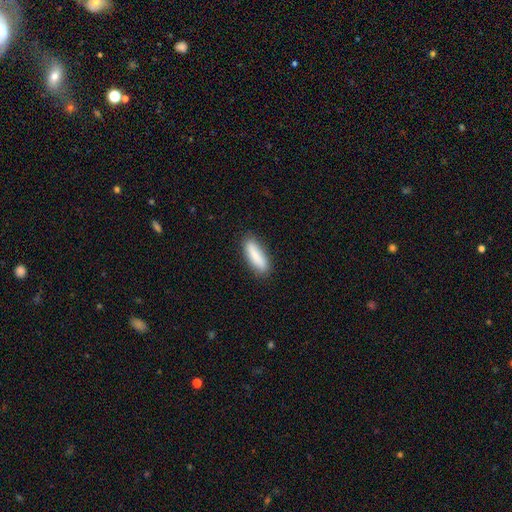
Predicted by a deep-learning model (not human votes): smooth-or-featured: smooth: 82% | featured or disk: 12% | star or artifact: 6%
  how-rounded: cigar-shaped: 57% | in between: 41% | round: 2%
  merging: none: 84% | minor disturbance: 12% | major disturbance: 2% | merger: 1%